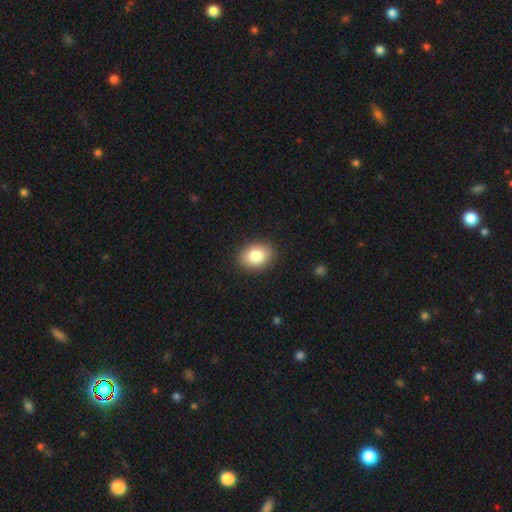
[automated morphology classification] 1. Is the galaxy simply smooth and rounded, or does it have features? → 84% smooth, 8% star or artifact, 8% featured or disk.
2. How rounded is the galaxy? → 65% in between, 34% round, 1% cigar-shaped.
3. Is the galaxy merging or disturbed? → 90% none, 7% minor disturbance, 2% major disturbance, 1% merger.